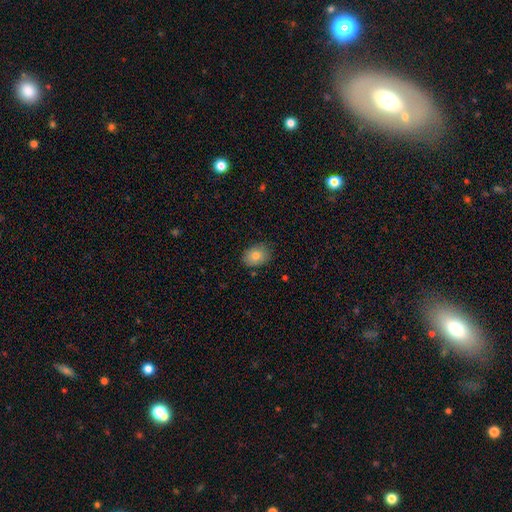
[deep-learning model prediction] Overall: smooth (81%). How rounded: in between (67%; round 32%). Merging: none (83%).